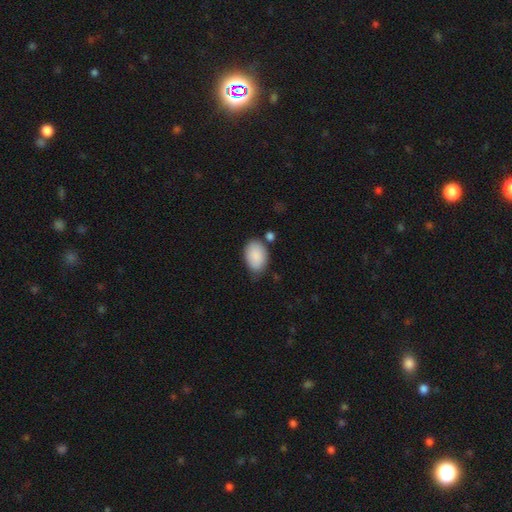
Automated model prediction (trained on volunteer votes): A smooth galaxy with no disk features (89%) that is in between round and cigar-shaped (90%).

Vote fractions:
- Smooth or featured? smooth: 89% / star or artifact: 6% / featured or disk: 5%
- How rounded? in between: 90% / round: 8% / cigar-shaped: 1%
- Merging? none: 63% / minor disturbance: 24% / merger: 7% / major disturbance: 5%